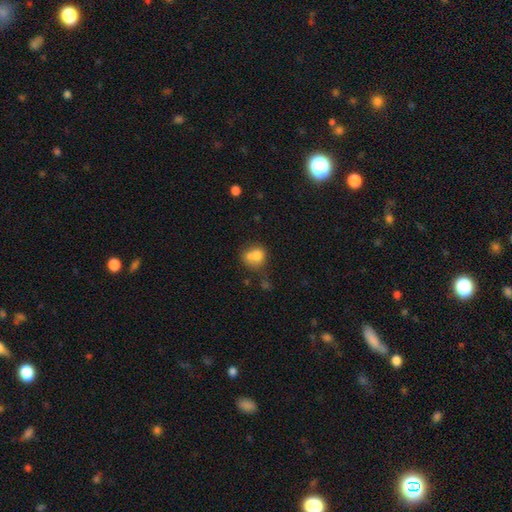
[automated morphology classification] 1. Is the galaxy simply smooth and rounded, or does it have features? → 72% smooth, 17% featured or disk, 11% star or artifact.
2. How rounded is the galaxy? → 70% round, 29% in between, 1% cigar-shaped.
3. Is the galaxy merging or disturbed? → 53% merger, 31% none, 11% minor disturbance, 6% major disturbance.